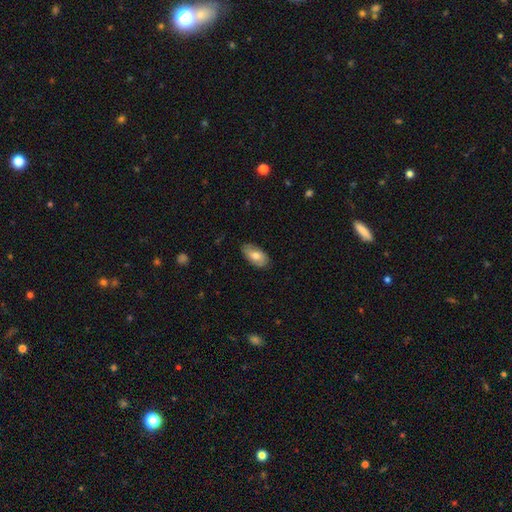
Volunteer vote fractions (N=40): smooth-or-featured: smooth: 70% | featured or disk: 22% | star or artifact: 8%
  how-rounded: in between: 89% | cigar-shaped: 7% | round: 4%
  merging: none: 81% | minor disturbance: 19% | major disturbance: 0% | merger: 0%